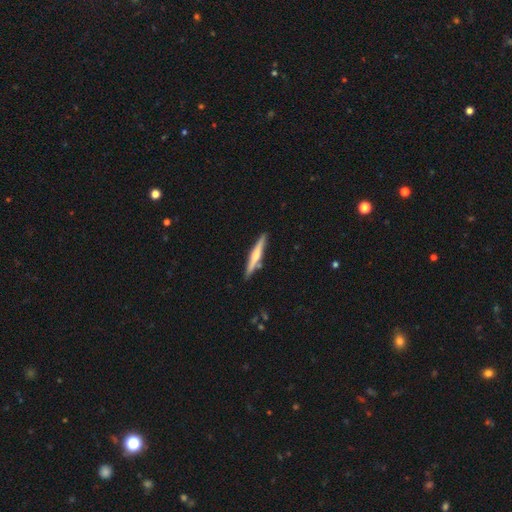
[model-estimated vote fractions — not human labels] A featured or disk galaxy (54%) viewed edge-on (97%) with a rounded central bulge (69%).

Vote fractions:
- Smooth or featured? featured or disk: 54% / smooth: 40% / star or artifact: 5%
- Edge-on disk? yes: 97% / no: 3%
- Edge-on bulge? rounded: 69% / none: 20% / boxy: 11%
- Merging? none: 85% / minor disturbance: 9% / merger: 4% / major disturbance: 2%